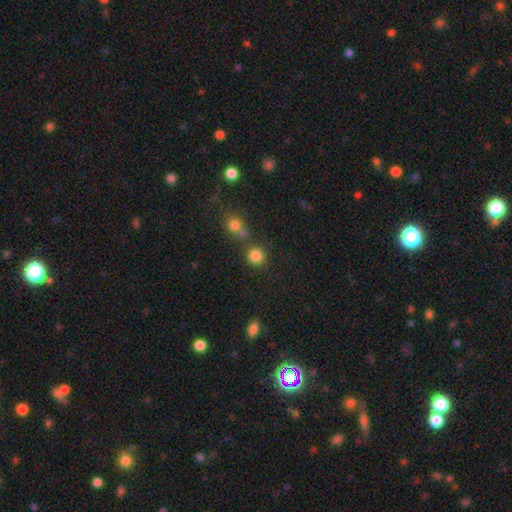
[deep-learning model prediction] Q: Smooth or featured?
A: smooth (81%); runner-up: star or artifact (13%)
Q: How rounded?
A: round (90%); runner-up: in between (9%)
Q: Merging?
A: none (74%); runner-up: merger (14%)